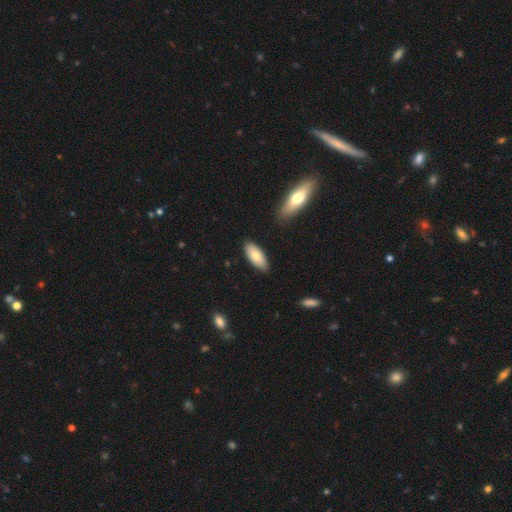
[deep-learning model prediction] Smooth or featured? Predicted: smooth (p=0.77). How rounded? Predicted: in between (p=0.84). Merging? Predicted: none (p=0.86).